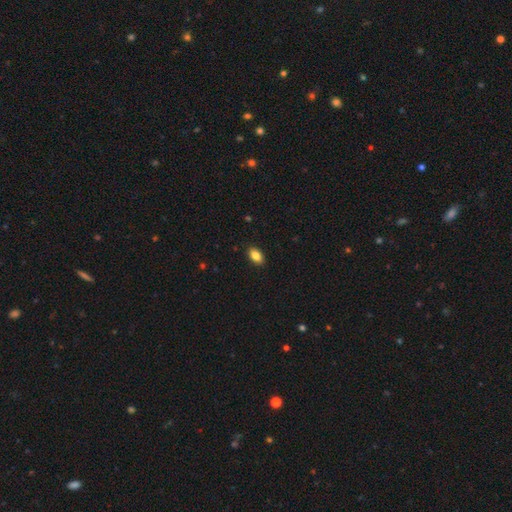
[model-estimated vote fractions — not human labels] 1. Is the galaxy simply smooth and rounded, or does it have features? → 84% smooth, 8% star or artifact, 7% featured or disk.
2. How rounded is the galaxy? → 90% in between, 7% round, 3% cigar-shaped.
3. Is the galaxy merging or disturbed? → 90% none, 8% minor disturbance, 2% major disturbance, 1% merger.